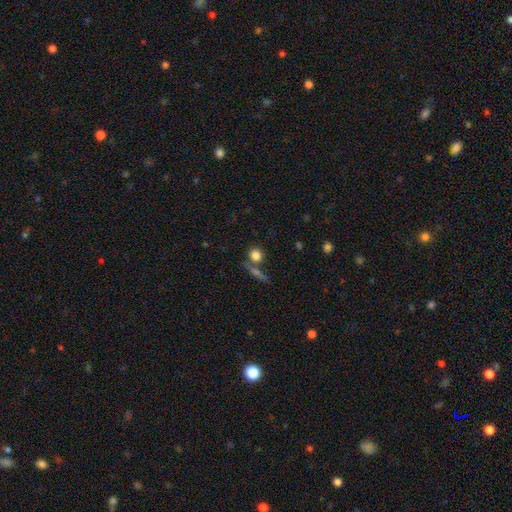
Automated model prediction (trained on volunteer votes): Smooth or featured: smooth — 80% (star or artifact — 11%)
How rounded: round — 82% (in between — 13%)
Merging: none — 65% (merger — 21%)